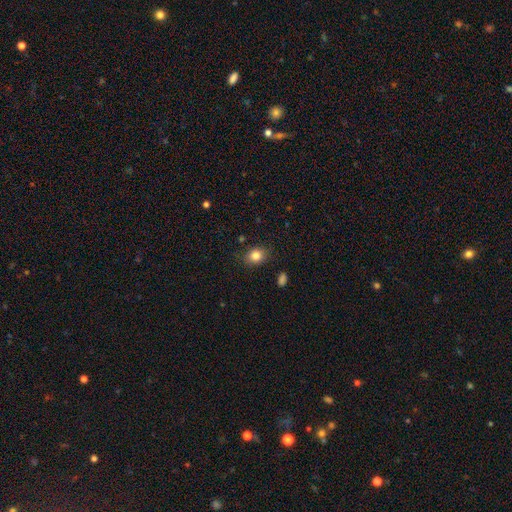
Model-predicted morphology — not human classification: Smooth or featured?
  - smooth: 84% *
  - star or artifact: 10%
  - featured or disk: 6%
How rounded?
  - round: 50% *
  - in between: 49%
  - cigar-shaped: 1%
Merging?
  - none: 82% *
  - minor disturbance: 13%
  - major disturbance: 3%
  - merger: 2%